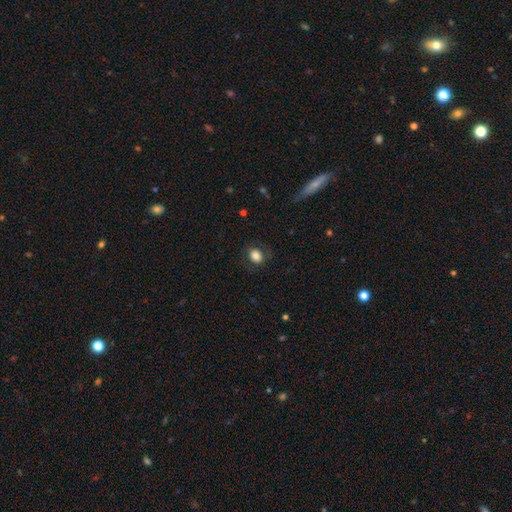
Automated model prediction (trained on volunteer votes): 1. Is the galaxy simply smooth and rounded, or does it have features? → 79% smooth, 12% featured or disk, 9% star or artifact.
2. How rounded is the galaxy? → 55% in between, 44% round, 1% cigar-shaped.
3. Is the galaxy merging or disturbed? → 80% none, 12% minor disturbance, 7% major disturbance, 1% merger.